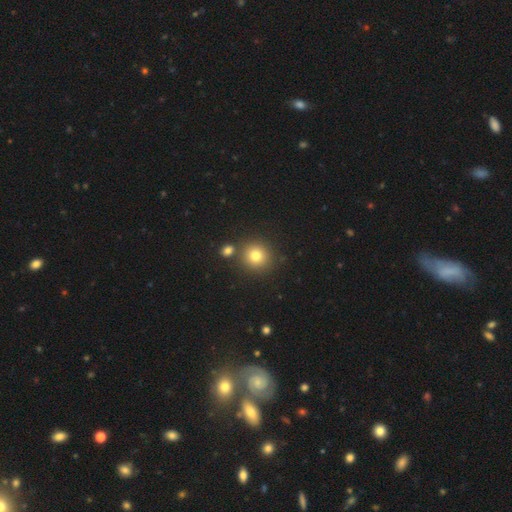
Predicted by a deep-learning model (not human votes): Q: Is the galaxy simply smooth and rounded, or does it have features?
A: smooth — 79%.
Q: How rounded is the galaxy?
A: round — 90%.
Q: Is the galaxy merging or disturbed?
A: none — 79%.